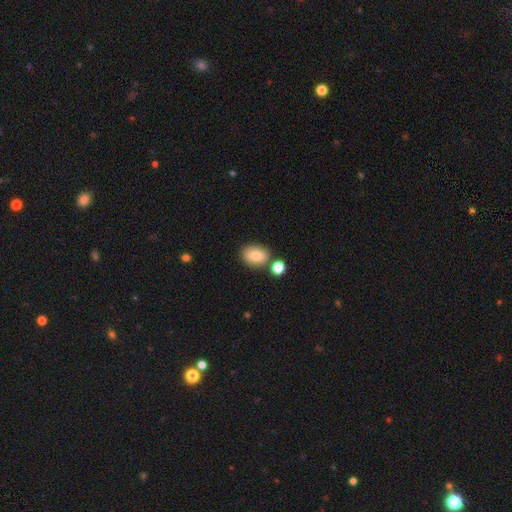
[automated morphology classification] Q: Smooth or featured?
A: smooth (75%); runner-up: featured or disk (16%)
Q: How rounded?
A: in between (68%); runner-up: round (31%)
Q: Merging?
A: none (72%); runner-up: merger (13%)